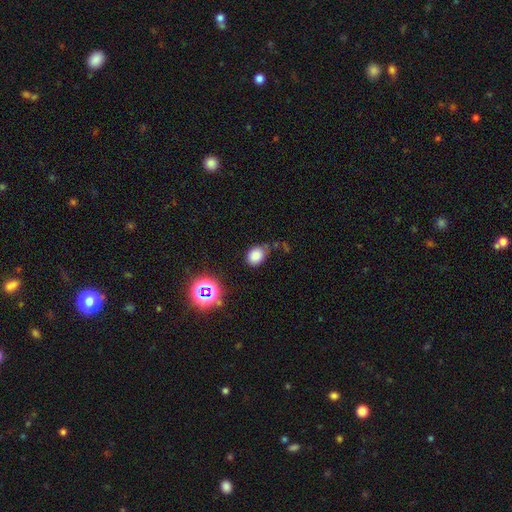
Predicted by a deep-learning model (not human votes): smooth_or_featured: smooth (p=0.79) [alt: star or artifact p=0.15]
how_rounded: in between (p=0.52) [alt: round p=0.47]
merging: none (p=0.61) [alt: minor disturbance p=0.26]